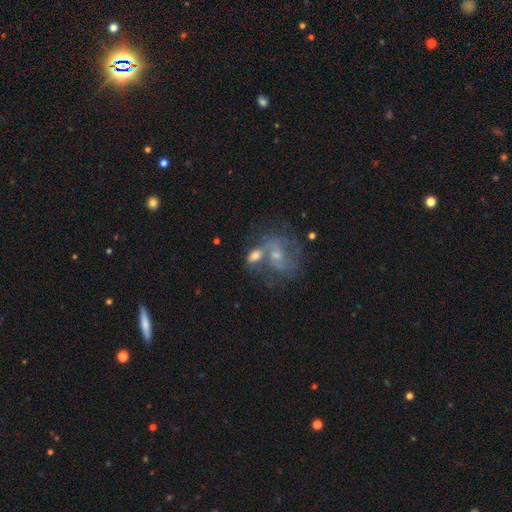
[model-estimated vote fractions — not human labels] Smooth or featured? Predicted: featured or disk (p=0.58). Edge-on disk? Predicted: no (p=0.94). Bar? Predicted: no (p=0.59). Spiral arms? Predicted: yes (p=0.71). Bulge size? Predicted: small (p=0.44). Merging? Predicted: merger (p=0.48).